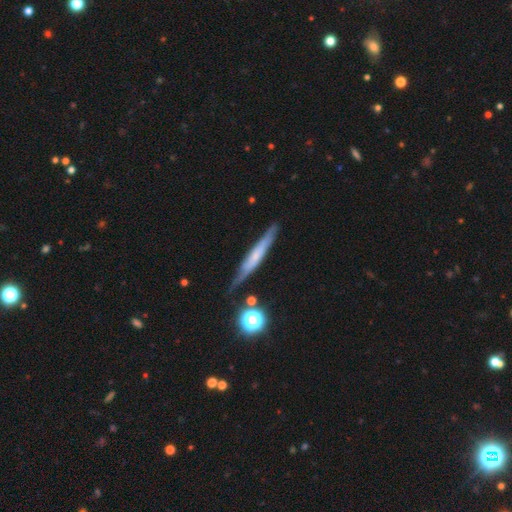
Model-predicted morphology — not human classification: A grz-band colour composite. It shows a featured or disk galaxy (51%) viewed edge-on (88%). Merging: none (75%).